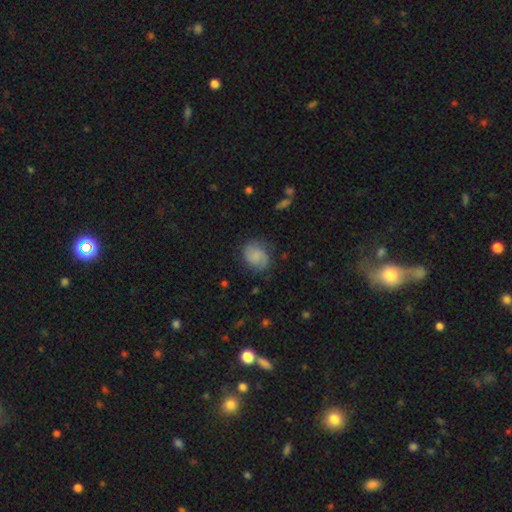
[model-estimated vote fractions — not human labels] Overall: smooth (61%; featured or disk 30%). How rounded: round (57%; in between 42%). Merging: none (71%).